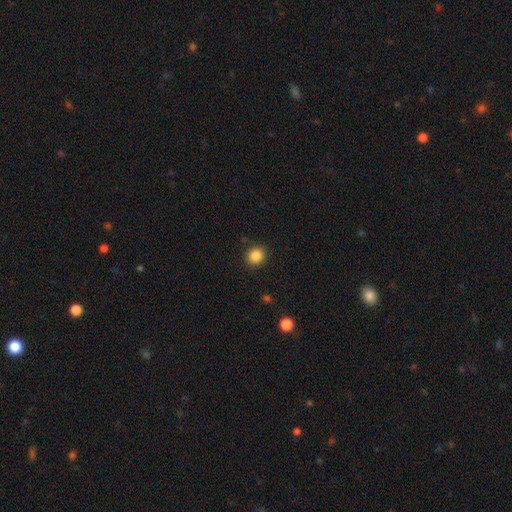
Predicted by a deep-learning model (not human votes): Smooth or featured?
  - smooth: 86% *
  - star or artifact: 10%
  - featured or disk: 4%
How rounded?
  - round: 83% *
  - in between: 16%
  - cigar-shaped: 1%
Merging?
  - none: 90% *
  - minor disturbance: 7%
  - major disturbance: 2%
  - merger: 1%